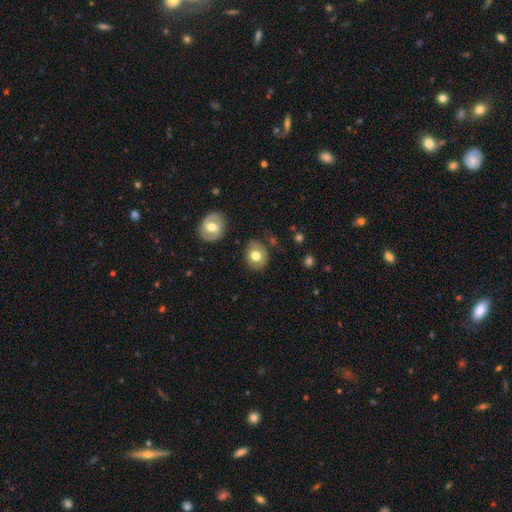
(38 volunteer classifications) smooth-or-featured: smooth: 84% | featured or disk: 11% | star or artifact: 5%
  how-rounded: round: 69% | in between: 31% | cigar-shaped: 0%
  merging: none: 75% | minor disturbance: 19% | merger: 6% | major disturbance: 0%